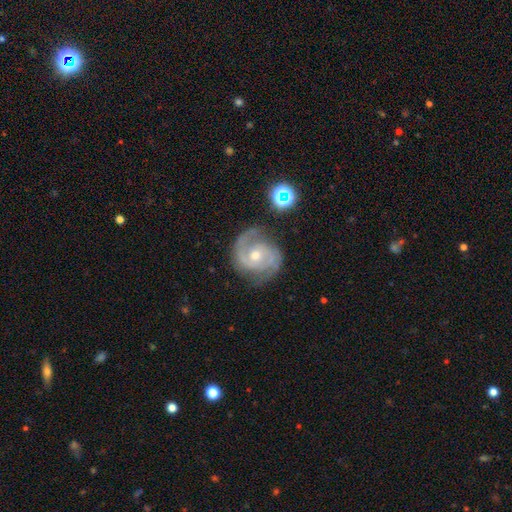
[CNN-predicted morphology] smooth_or_featured: featured or disk (p=0.88) [alt: star or artifact p=0.06]
disk_edge_on: no (p=0.98) [alt: yes p=0.02]
bar: no (p=0.60) [alt: weak p=0.32]
has_spiral_arms: yes (p=0.98) [alt: no p=0.02]
spiral_winding: medium (p=0.48) [alt: tight p=0.42]
spiral_arm_count: 2 (p=0.81) [alt: 3 p=0.07]
bulge_size: moderate (p=0.52) [alt: small p=0.44]
merging: none (p=0.74) [alt: minor disturbance p=0.17]